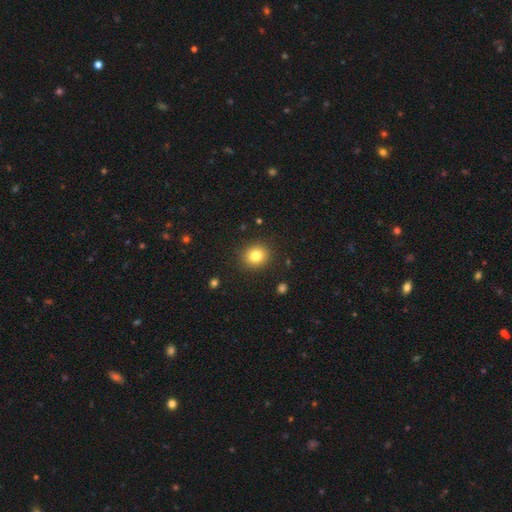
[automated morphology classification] Smooth or featured? Predicted: smooth (p=0.81). How rounded? Predicted: round (p=0.79). Merging? Predicted: none (p=0.89).